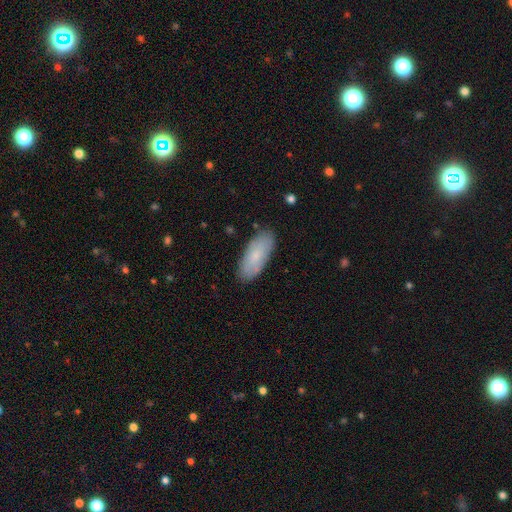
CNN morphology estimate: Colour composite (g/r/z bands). It shows a smooth galaxy with no disk features (74%) that is in between round and cigar-shaped (83%). Merging: none (85%).